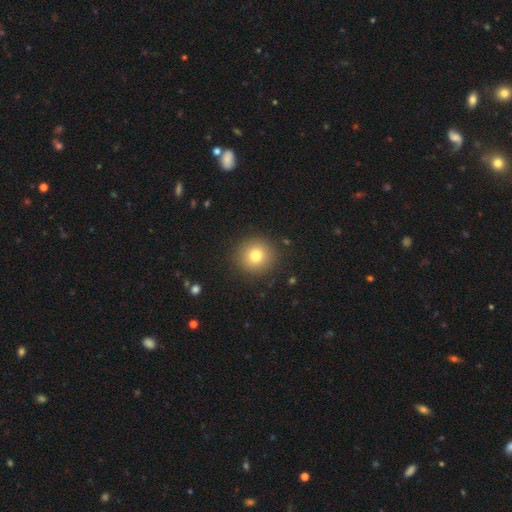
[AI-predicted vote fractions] Overall: smooth (78%). How rounded: round (94%). Merging: none (90%).